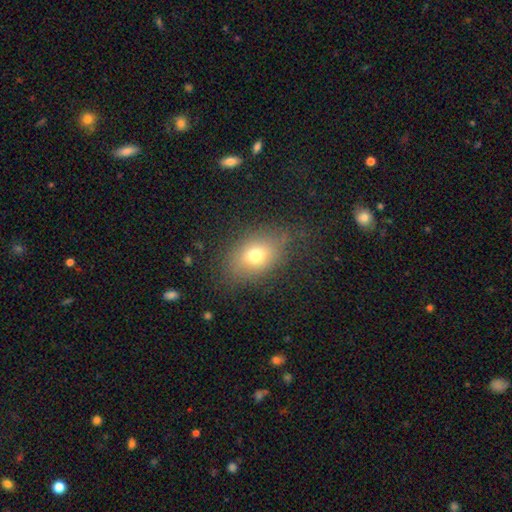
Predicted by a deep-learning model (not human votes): Q: Smooth or featured?
A: smooth (73%); runner-up: featured or disk (15%)
Q: How rounded?
A: in between (75%); runner-up: round (23%)
Q: Merging?
A: none (75%); runner-up: minor disturbance (17%)